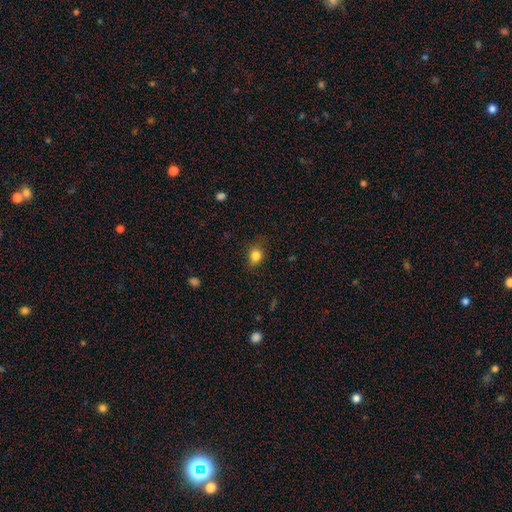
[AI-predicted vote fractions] smooth 83%, star or artifact 12%, featured or disk 5%. Down the decision tree: how rounded — round (55%); merging — none (78%).